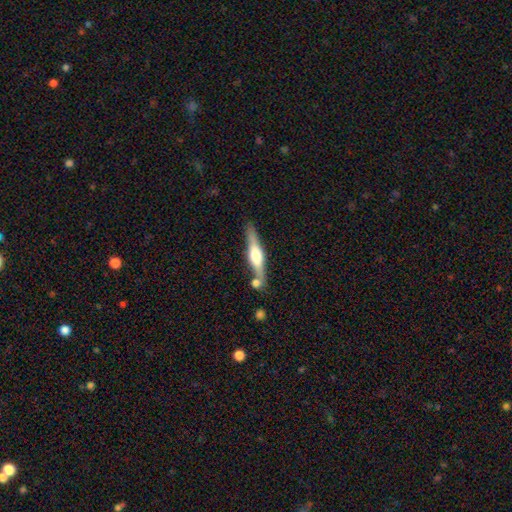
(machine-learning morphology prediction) Smooth or featured? featured or disk (65%)
Edge-on disk? yes (96%)
Edge-on bulge? rounded (83%)
Merging? none (71%)